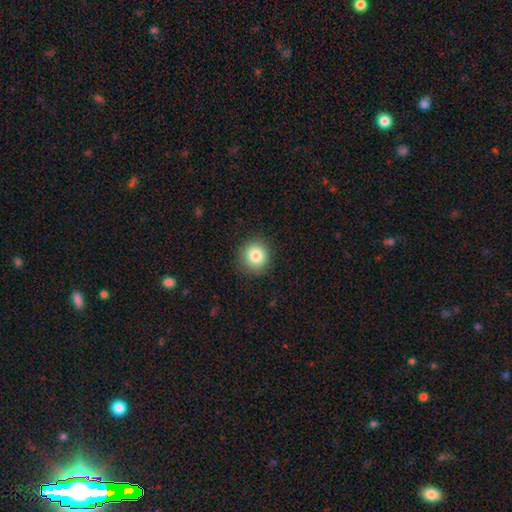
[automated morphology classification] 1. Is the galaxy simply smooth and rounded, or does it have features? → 84% smooth, 10% star or artifact, 6% featured or disk.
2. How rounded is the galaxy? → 91% round, 8% in between, 1% cigar-shaped.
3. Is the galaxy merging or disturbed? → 89% none, 8% minor disturbance, 2% major disturbance, 1% merger.